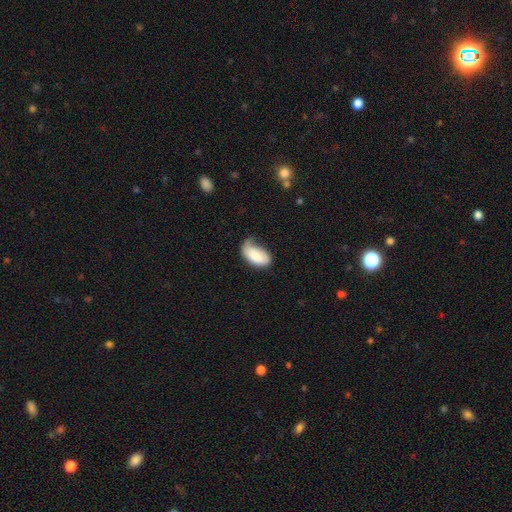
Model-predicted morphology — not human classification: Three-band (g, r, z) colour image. It shows a smooth galaxy with no disk features (81%) that is in between round and cigar-shaped (95%). Merging: minor disturbance (43%).